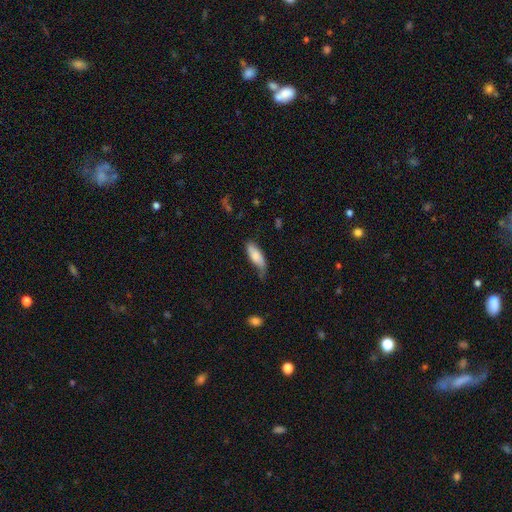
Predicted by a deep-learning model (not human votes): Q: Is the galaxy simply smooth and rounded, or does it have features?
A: smooth — 76%.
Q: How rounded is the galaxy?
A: in between — 67%.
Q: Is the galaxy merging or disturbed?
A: none — 43%.